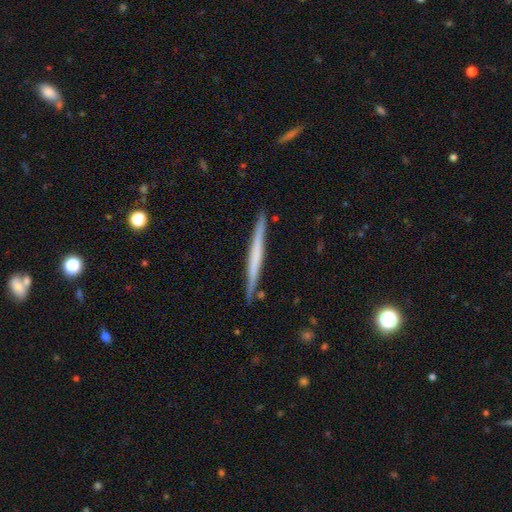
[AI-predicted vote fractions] Morphology: type=featured or disk (54%); edge-on=yes (98%); edge-on bulge=none (82%); merging=none (90%).